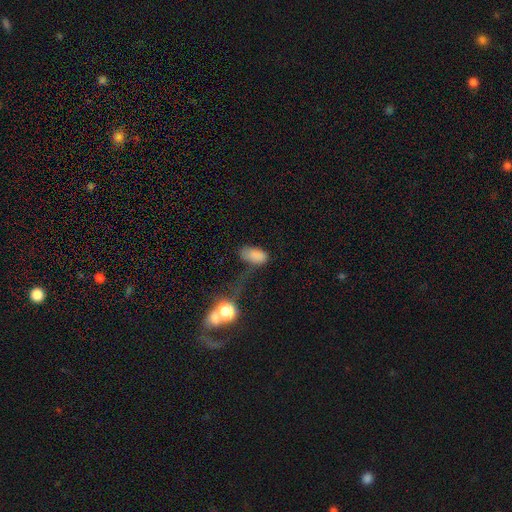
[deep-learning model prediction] Overall: smooth (80%). How rounded: in between (92%). Merging: none (46%; minor disturbance 26%).